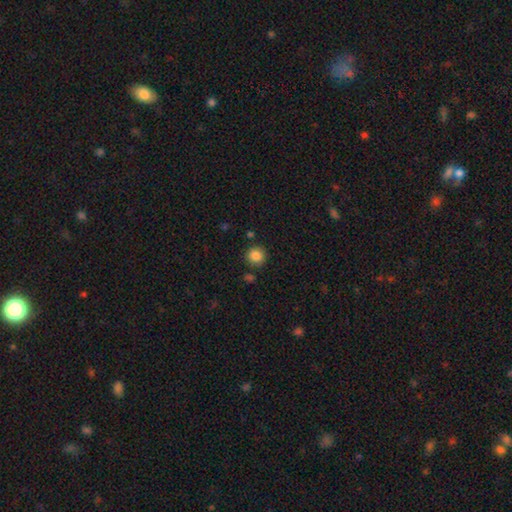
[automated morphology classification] A smooth galaxy with no disk features (86%) that is round (92%).

Vote fractions:
- Smooth or featured? smooth: 86% / star or artifact: 10% / featured or disk: 4%
- How rounded? round: 92% / in between: 7% / cigar-shaped: 1%
- Merging? none: 85% / minor disturbance: 8% / merger: 4% / major disturbance: 3%